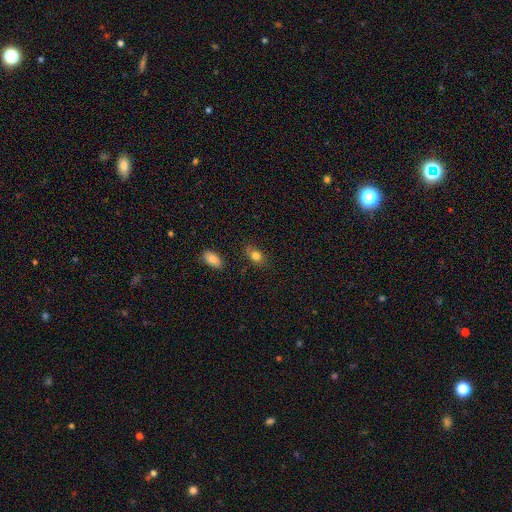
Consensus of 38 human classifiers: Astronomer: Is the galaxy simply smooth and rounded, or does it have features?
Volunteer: smooth — 89%.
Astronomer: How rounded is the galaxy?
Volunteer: in between — 76%.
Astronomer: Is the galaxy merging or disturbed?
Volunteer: none — 71%.